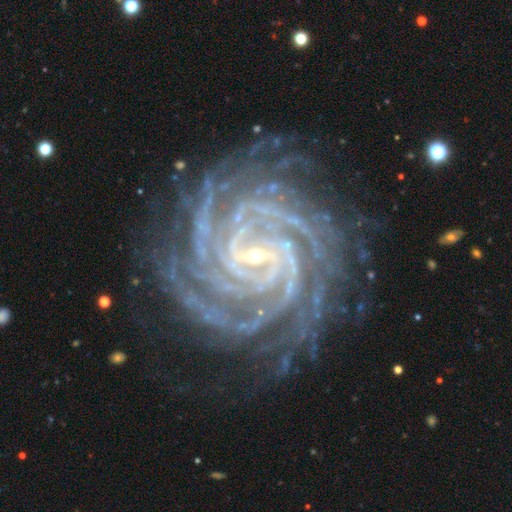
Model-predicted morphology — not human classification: smooth_or_featured: featured or disk (p=0.93) [alt: star or artifact p=0.05]
disk_edge_on: no (p=0.98) [alt: yes p=0.02]
bar: weak (p=0.38) [alt: strong p=0.36]
has_spiral_arms: yes (p=0.99) [alt: no p=0.01]
spiral_winding: tight (p=0.87) [alt: medium p=0.12]
spiral_arm_count: more than 4 (p=0.31) [alt: 4 p=0.25]
bulge_size: small (p=0.84) [alt: moderate p=0.12]
merging: none (p=0.82) [alt: minor disturbance p=0.13]